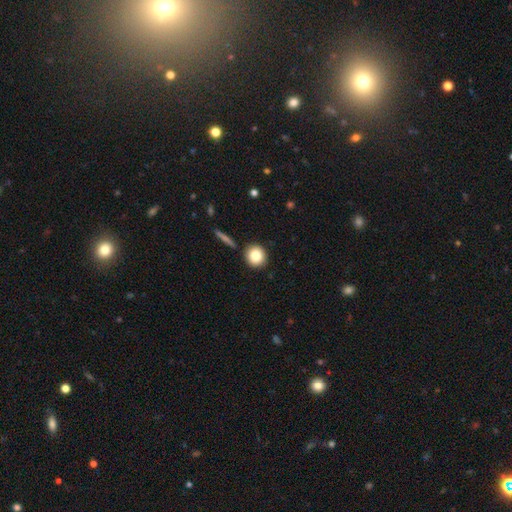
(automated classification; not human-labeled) smooth-or-featured: smooth: 83% | star or artifact: 9% | featured or disk: 8%
  how-rounded: round: 91% | in between: 8% | cigar-shaped: 1%
  merging: none: 89% | minor disturbance: 6% | merger: 3% | major disturbance: 2%